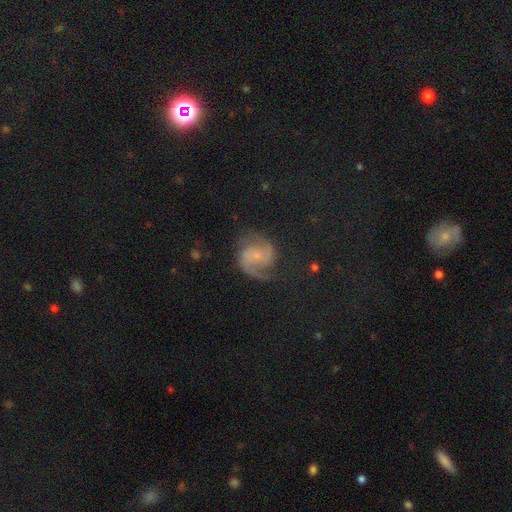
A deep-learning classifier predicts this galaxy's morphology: The model was most divided on "bar": weak: 47%, no: 38%, strong: 15%. More confident: edge-on disk — no (98%); spiral arms — yes (97%); spiral arm count — 2 (92%); smooth or featured — featured or disk (82%); merging — none (76%); bulge size — small (70%); spiral winding — medium (56%).